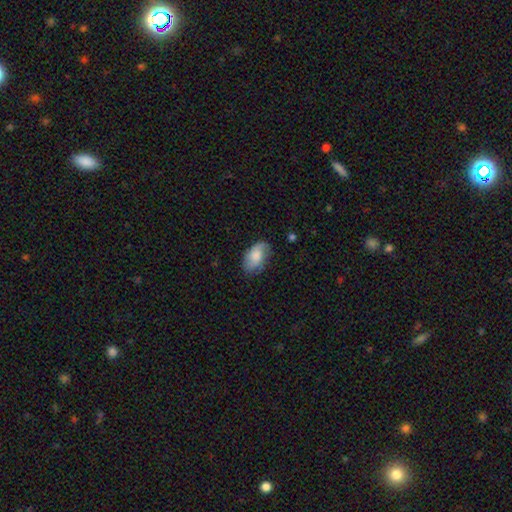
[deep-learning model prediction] This is possibly a smooth galaxy (56%). How rounded: clearly in between (91%). Merging: likely none (63%).